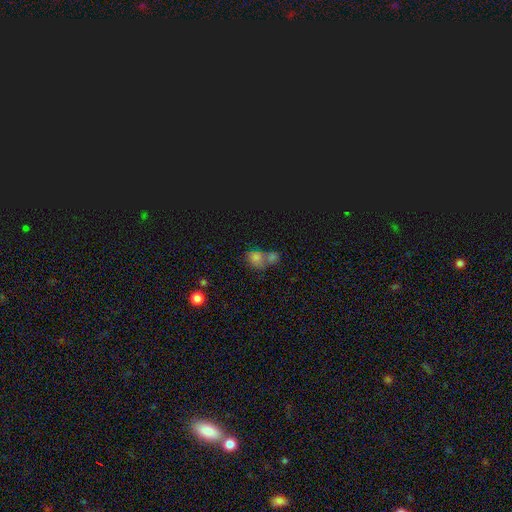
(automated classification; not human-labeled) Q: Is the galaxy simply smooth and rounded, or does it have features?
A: smooth — 60%.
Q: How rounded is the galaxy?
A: round — 58%.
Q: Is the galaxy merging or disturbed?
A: merger — 53%.